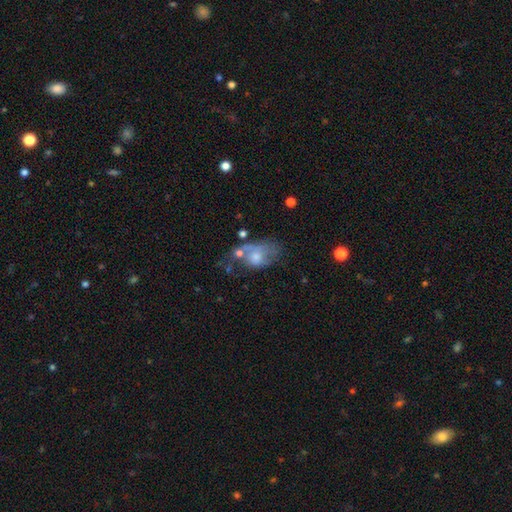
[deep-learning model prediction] Smooth or featured? Predicted: smooth (p=0.50). Merging? Predicted: major disturbance (p=0.35).